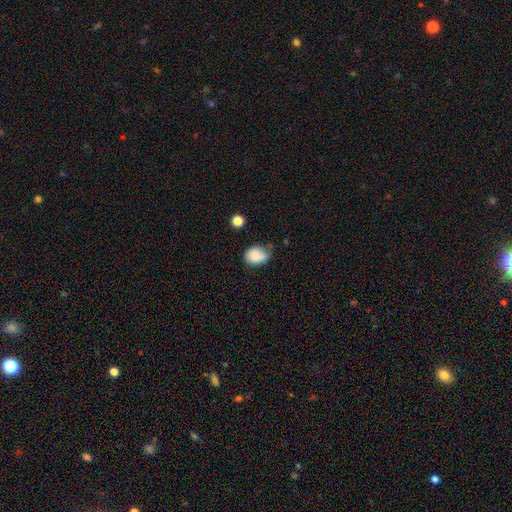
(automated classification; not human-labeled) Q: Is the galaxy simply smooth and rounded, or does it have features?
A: smooth — 80%.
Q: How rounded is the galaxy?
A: in between — 64%.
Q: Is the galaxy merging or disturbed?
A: none — 46%.